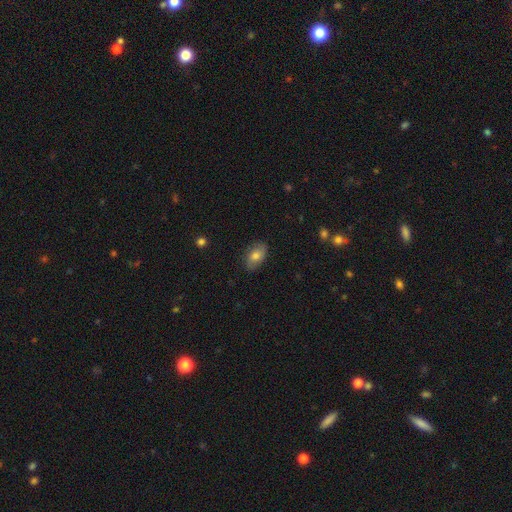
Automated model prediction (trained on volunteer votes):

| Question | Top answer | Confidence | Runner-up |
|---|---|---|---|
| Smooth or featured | smooth | 71% | featured or disk (21%) |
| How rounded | in between | 90% | round (8%) |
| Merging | none | 82% | minor disturbance (14%) |